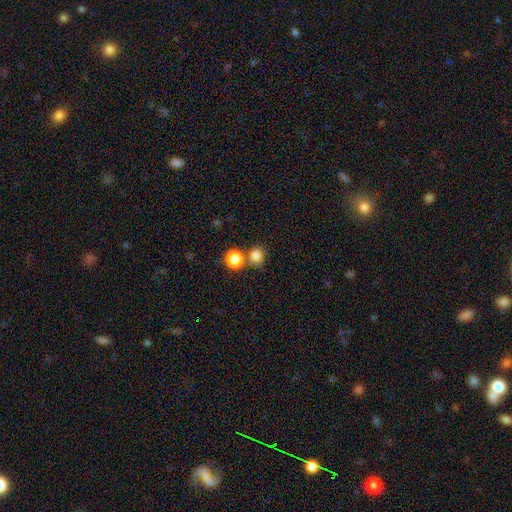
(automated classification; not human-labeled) Morphology: type=smooth (81%); roundness=round (81%); merging=none (64%).